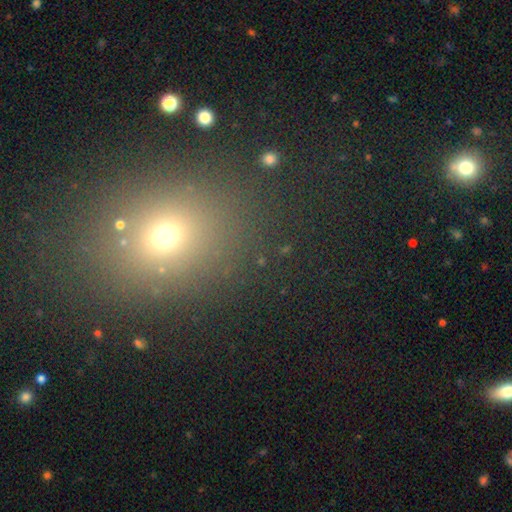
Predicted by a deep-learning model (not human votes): smooth 57%, star or artifact 33%, featured or disk 10%. Down the decision tree: how rounded — round (57%); merging — none (82%).